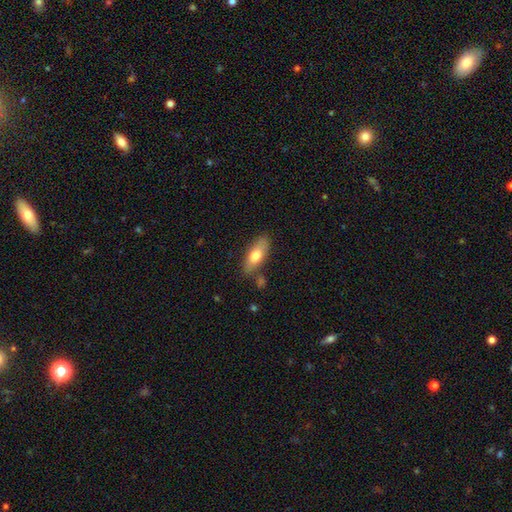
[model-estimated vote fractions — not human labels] The model was most divided on "smooth or featured": smooth: 70%, featured or disk: 24%, star or artifact: 6%. More confident: merging — none (77%); how rounded — in between (75%).